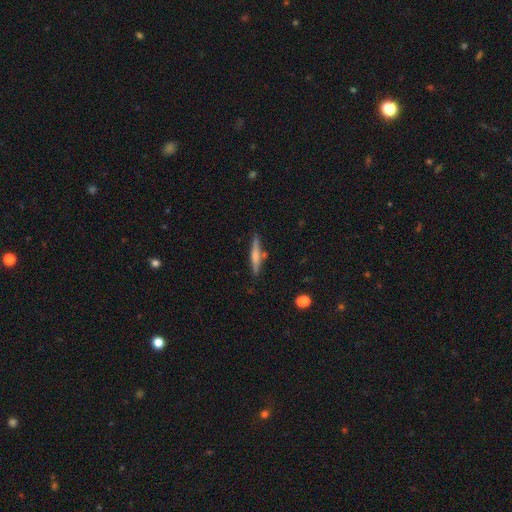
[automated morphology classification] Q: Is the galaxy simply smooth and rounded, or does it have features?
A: smooth — 50%.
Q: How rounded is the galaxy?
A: cigar-shaped — 91%.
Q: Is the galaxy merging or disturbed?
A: none — 80%.